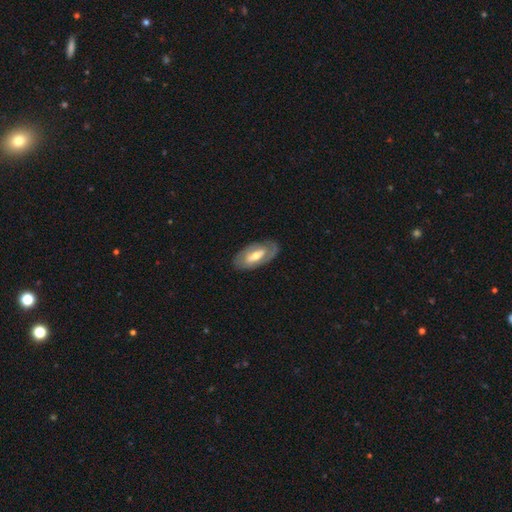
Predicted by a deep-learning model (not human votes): Smooth or featured: featured or disk — 62% (smooth — 32%)
Edge-on disk: no — 88% (yes — 12%)
Bar: weak — 36% (strong — 32%)
Spiral arms: no — 51% (yes — 49%)
Bulge size: moderate — 65% (small — 24%)
Merging: none — 81% (minor disturbance — 14%)